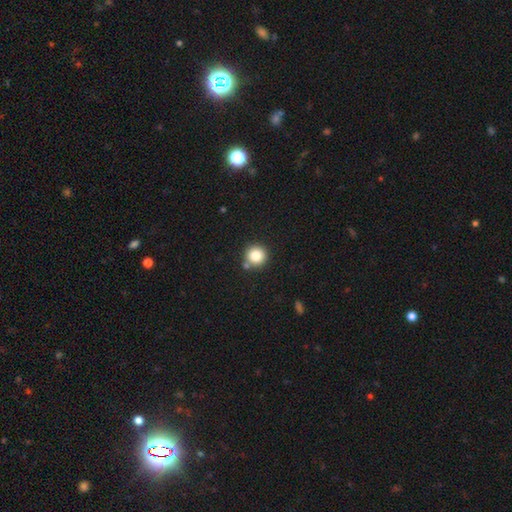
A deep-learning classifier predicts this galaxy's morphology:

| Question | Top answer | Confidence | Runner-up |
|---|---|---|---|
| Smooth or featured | smooth | 83% | star or artifact (11%) |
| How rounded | round | 94% | in between (5%) |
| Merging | none | 80% | merger (9%) |